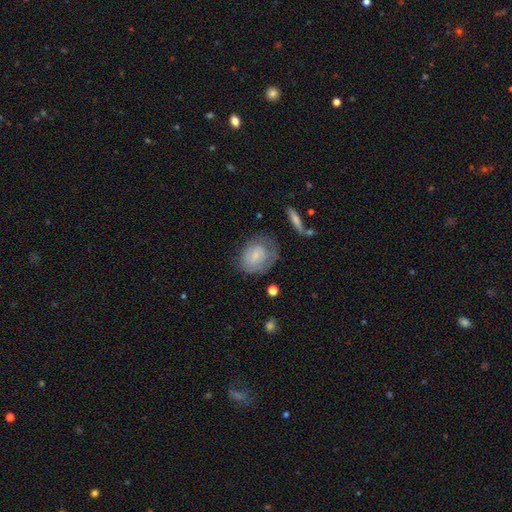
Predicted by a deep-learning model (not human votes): Morphology: type=smooth (54%); roundness=in between (50%); merging=none (52%).